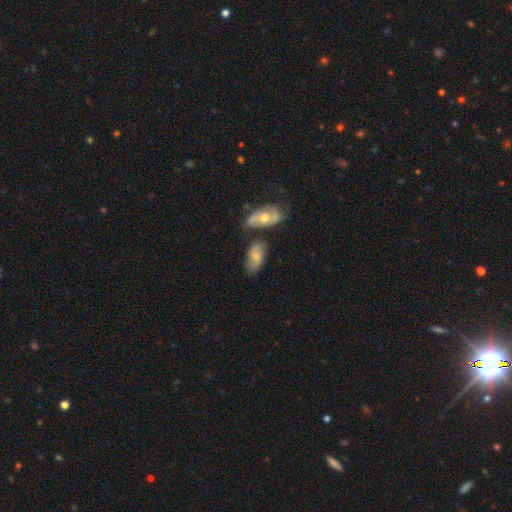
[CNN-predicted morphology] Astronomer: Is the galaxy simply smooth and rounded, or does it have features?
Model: featured or disk — 47% (runner-up: smooth, 45%).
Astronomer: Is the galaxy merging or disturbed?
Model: none — 55%.